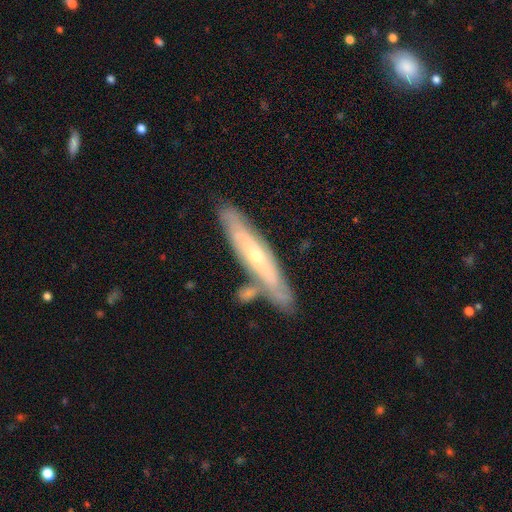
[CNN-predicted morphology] A featured or disk galaxy (64%) viewed edge-on (62%).

Vote fractions:
- Smooth or featured? featured or disk: 64% / smooth: 30% / star or artifact: 6%
- Edge-on disk? yes: 62% / no: 38%
- Merging? none: 72% / minor disturbance: 14% / merger: 11% / major disturbance: 3%